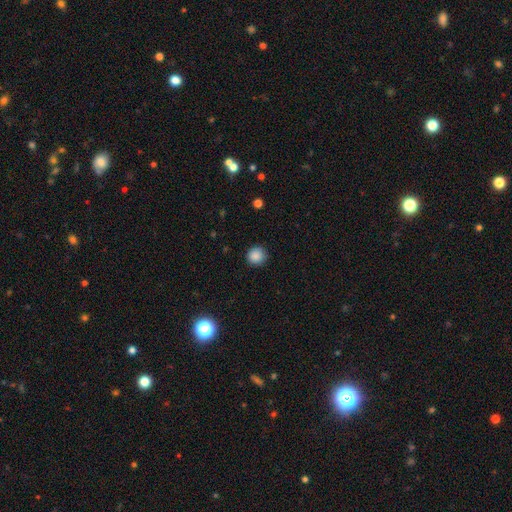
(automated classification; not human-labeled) Smooth or featured? Predicted: smooth (p=0.87). How rounded? Predicted: round (p=0.92). Merging? Predicted: none (p=0.89).